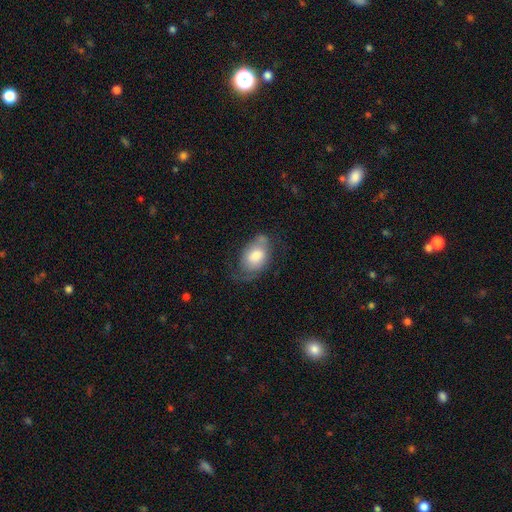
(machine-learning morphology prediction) Smooth or featured? smooth (58%)
How rounded? in between (86%)
Merging? none (42%)